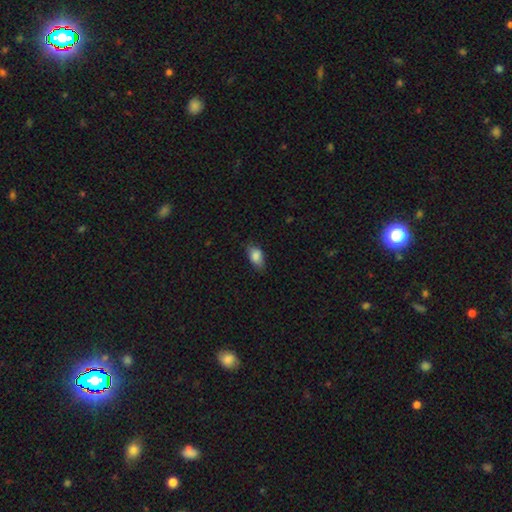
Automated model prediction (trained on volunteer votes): This appears to be a smooth galaxy with no disk features (84%) that is in between round and cigar-shaped (87%). Merging: none (71%).